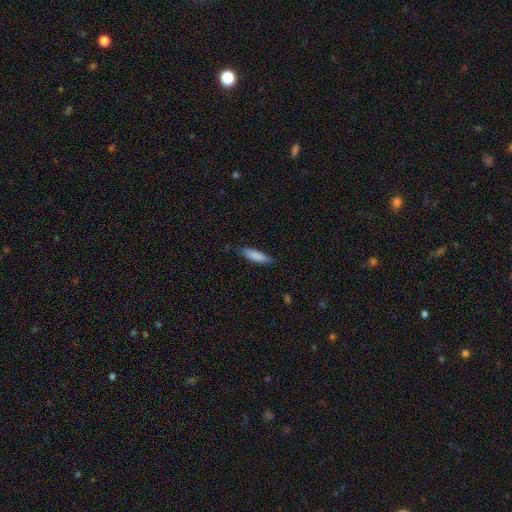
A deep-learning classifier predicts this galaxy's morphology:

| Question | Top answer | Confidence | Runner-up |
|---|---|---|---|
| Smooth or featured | smooth | 85% | featured or disk (9%) |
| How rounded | cigar-shaped | 64% | in between (35%) |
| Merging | none | 79% | minor disturbance (17%) |